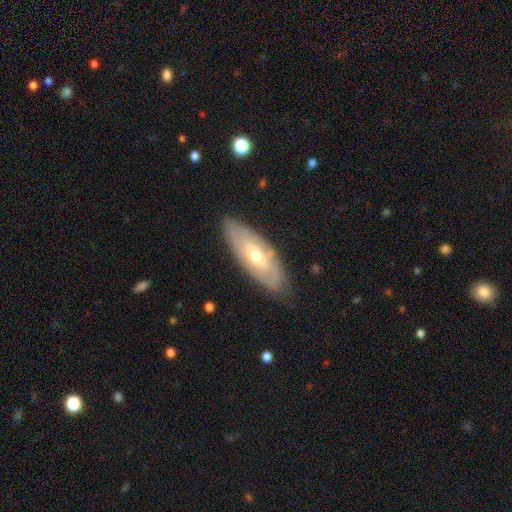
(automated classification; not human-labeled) This is likely a featured or disk galaxy (65%). It is likely not viewed edge-on (75%). Merging: clearly none (84%).